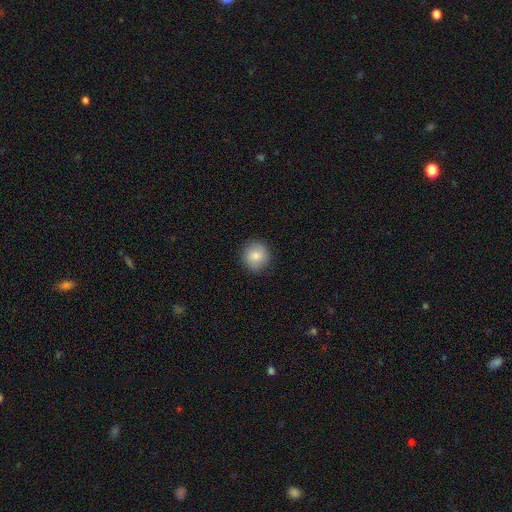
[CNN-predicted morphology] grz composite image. It shows a smooth galaxy with no disk features (81%) that is round (90%). Merging: none (88%).